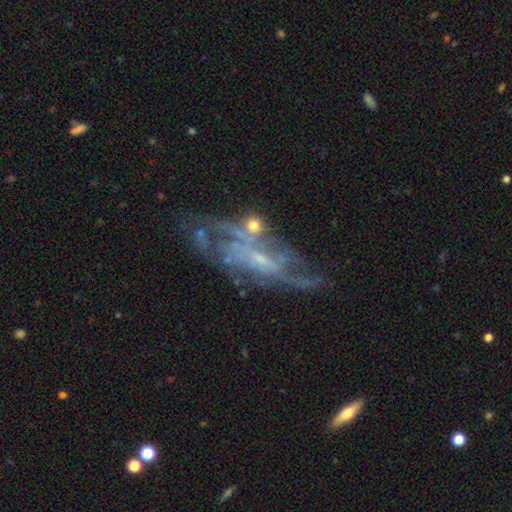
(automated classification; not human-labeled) This is likely a featured or disk galaxy (79%). It is clearly not viewed edge-on (89%). Bar: possibly no (59%). Spiral arm pattern: likely yes (76%). Spiral arm count: possibly can't tell (50%). Spiral winding: marginally medium (39%). Central bulge: likely small (65%). Merging: possibly none (51%).